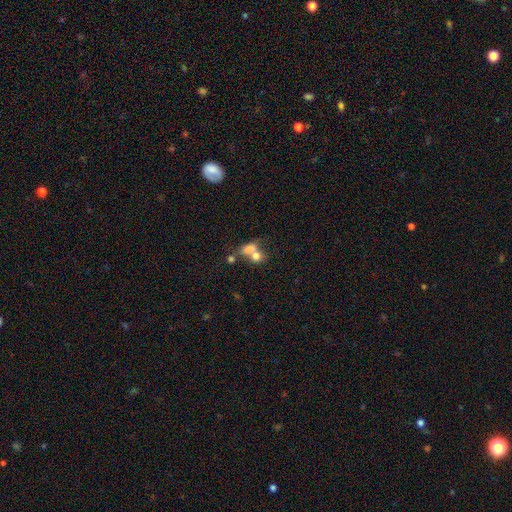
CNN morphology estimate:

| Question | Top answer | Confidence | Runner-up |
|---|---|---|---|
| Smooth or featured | smooth | 72% | featured or disk (16%) |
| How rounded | in between | 54% | round (42%) |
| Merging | merger | 59% | none (24%) |